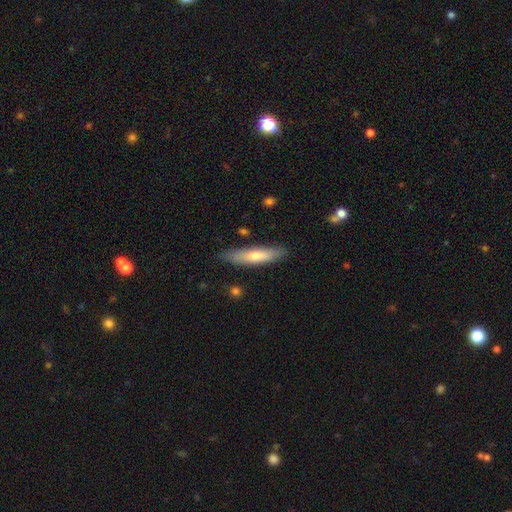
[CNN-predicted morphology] The model was most divided on "smooth or featured": smooth: 65%, featured or disk: 29%, star or artifact: 6%. More confident: merging — none (84%); how rounded — cigar-shaped (80%).